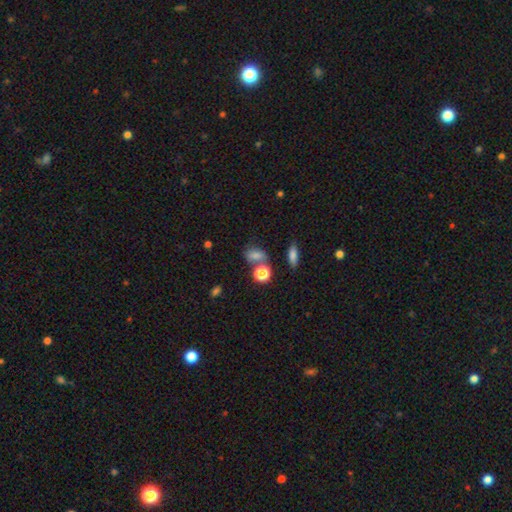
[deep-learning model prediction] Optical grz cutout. It shows a smooth galaxy with no disk features (69%) that is in between round and cigar-shaped (64%). Merging: none (52%).